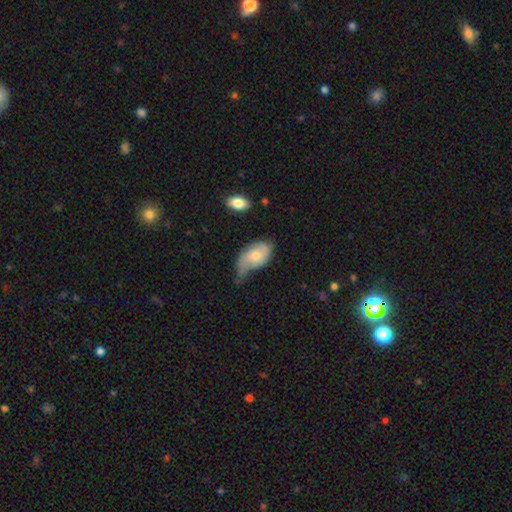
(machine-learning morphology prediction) type=smooth (55%); roundness=in between (90%); merging=minor disturbance (41%).